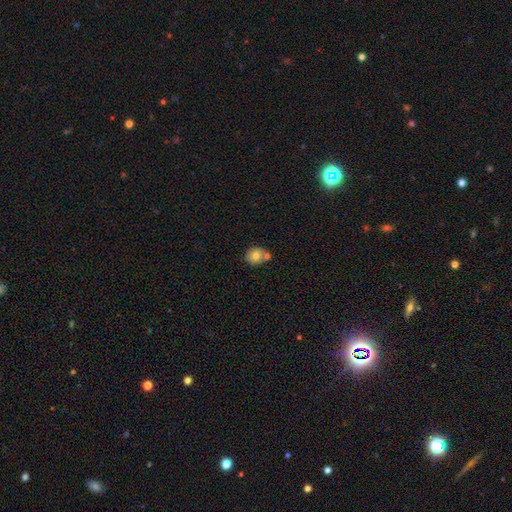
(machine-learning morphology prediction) This is likely a smooth galaxy (75%). How rounded: likely round (78%). Merging: likely none (61%).